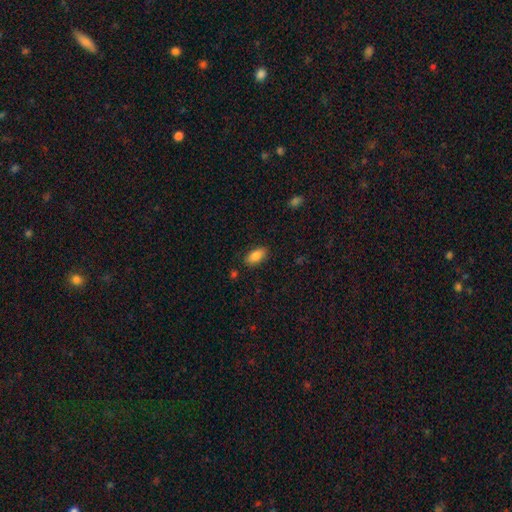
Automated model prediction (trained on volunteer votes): Q: Smooth or featured?
A: smooth (85%); runner-up: featured or disk (8%)
Q: How rounded?
A: in between (91%); runner-up: cigar-shaped (5%)
Q: Merging?
A: none (86%); runner-up: minor disturbance (10%)